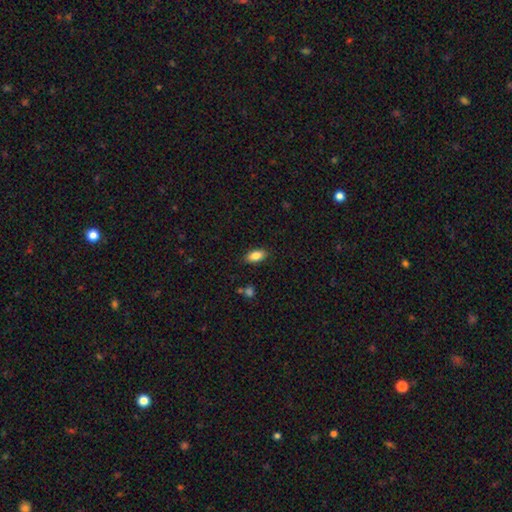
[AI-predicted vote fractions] Q: Smooth or featured?
A: smooth (85%); runner-up: featured or disk (8%)
Q: How rounded?
A: in between (90%); runner-up: cigar-shaped (6%)
Q: Merging?
A: none (86%); runner-up: minor disturbance (10%)